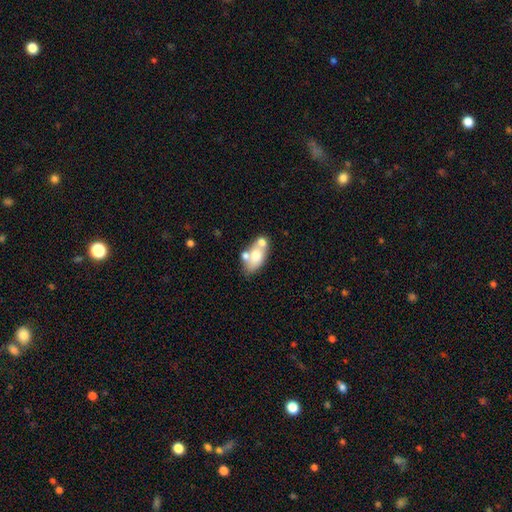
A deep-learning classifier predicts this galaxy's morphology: A smooth galaxy with no disk features (60%) that is in between round and cigar-shaped (87%). Merging: none (46%).